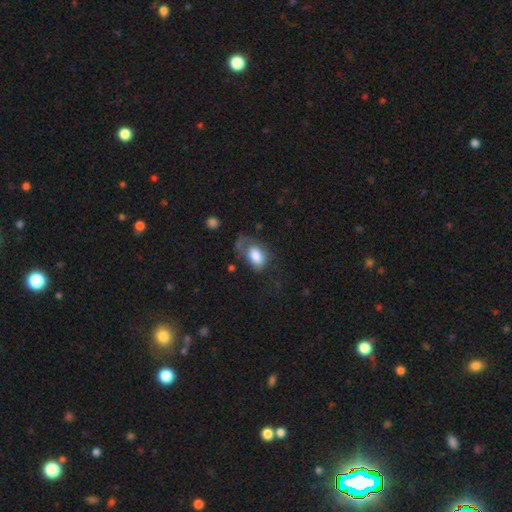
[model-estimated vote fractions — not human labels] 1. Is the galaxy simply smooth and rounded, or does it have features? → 70% smooth, 23% featured or disk, 8% star or artifact.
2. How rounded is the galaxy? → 86% in between, 12% round, 2% cigar-shaped.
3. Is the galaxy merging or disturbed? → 41% major disturbance, 32% none, 24% minor disturbance, 3% merger.